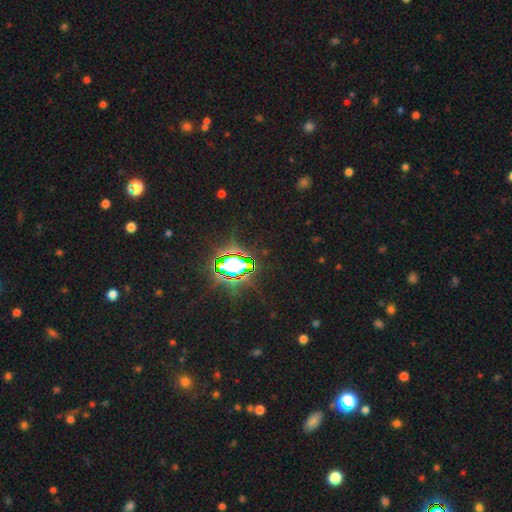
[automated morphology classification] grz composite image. It shows a star or artifact, not a galaxy (82%).